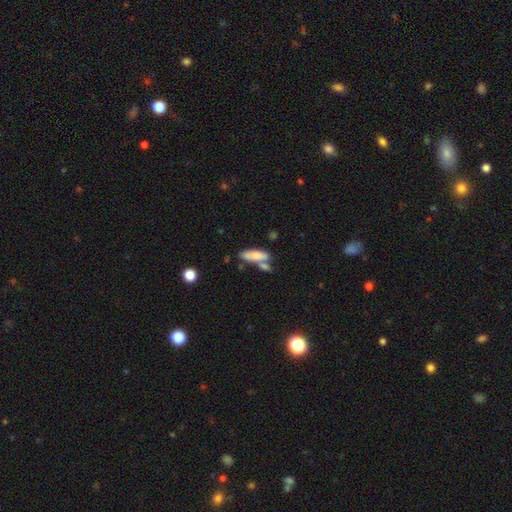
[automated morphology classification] Smooth or featured?
  - smooth: 71% *
  - featured or disk: 22%
  - star or artifact: 7%
How rounded?
  - in between: 60% *
  - cigar-shaped: 38%
  - round: 3%
Merging?
  - none: 43% *
  - merger: 35%
  - minor disturbance: 16%
  - major disturbance: 6%